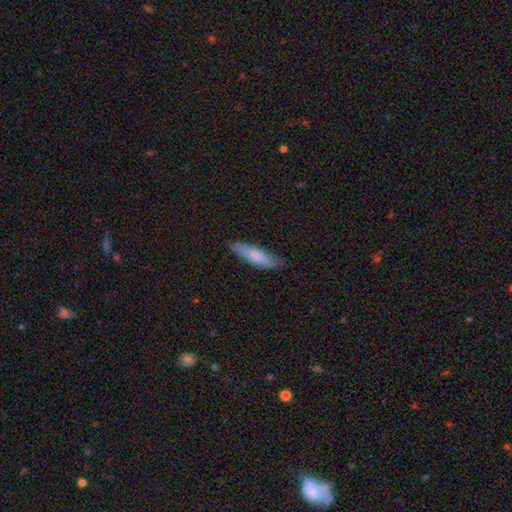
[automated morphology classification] smooth_or_featured: smooth (p=0.75) [alt: featured or disk p=0.20]
how_rounded: cigar-shaped (p=0.74) [alt: in between p=0.24]
merging: none (p=0.82) [alt: minor disturbance p=0.14]